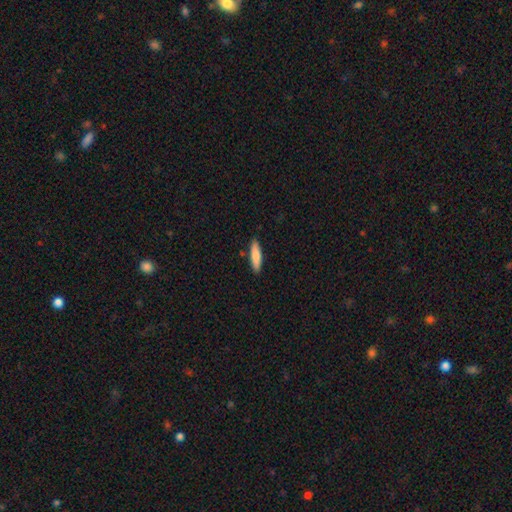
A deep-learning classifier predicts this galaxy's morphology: The model was most divided on "how rounded": cigar-shaped: 72%, in between: 26%, round: 1%. More confident: merging — none (88%); smooth or featured — smooth (81%).